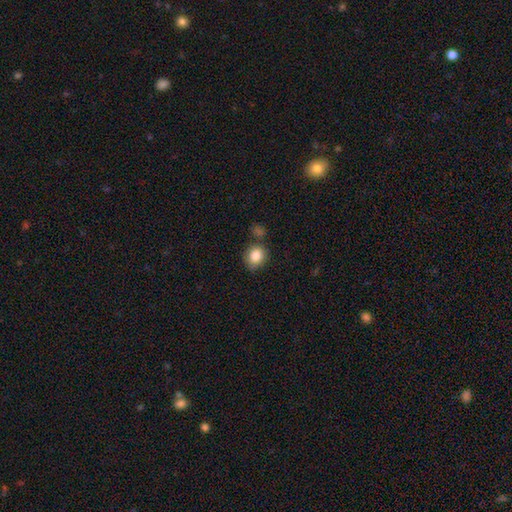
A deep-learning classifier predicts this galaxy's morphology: smooth-or-featured: smooth: 85% | star or artifact: 9% | featured or disk: 6%
  how-rounded: round: 69% | in between: 31% | cigar-shaped: 1%
  merging: none: 70% | minor disturbance: 16% | merger: 10% | major disturbance: 4%